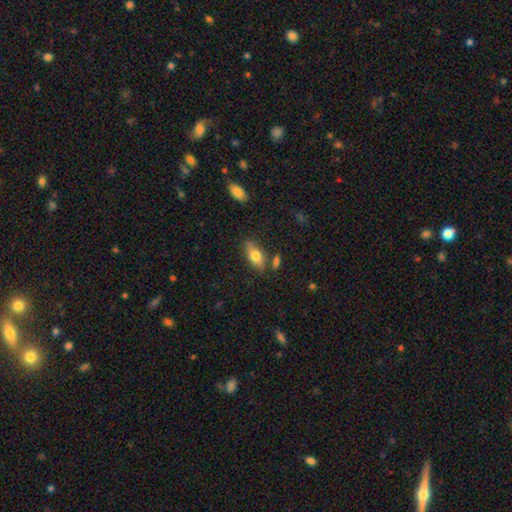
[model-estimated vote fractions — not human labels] Morphology: type=smooth (70%); roundness=in between (80%); merging=none (75%).